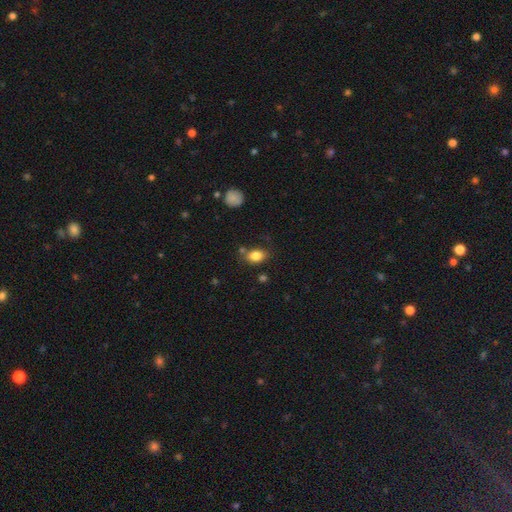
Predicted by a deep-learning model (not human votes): The model was most divided on "merging": none: 71%, minor disturbance: 17%, merger: 7%, major disturbance: 5%. More confident: smooth or featured — smooth (83%); how rounded — in between (79%).